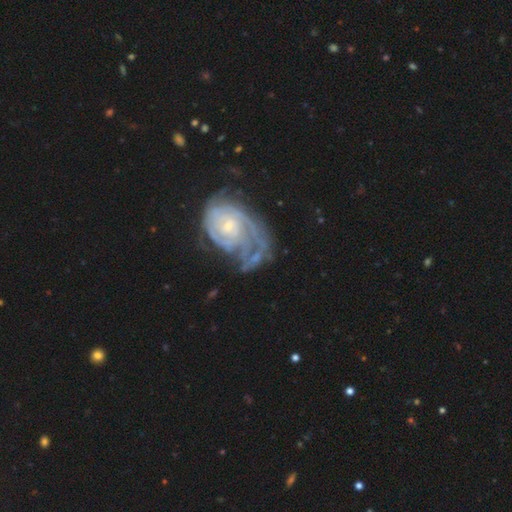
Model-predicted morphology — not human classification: This is clearly a featured or disk galaxy (84%). It is clearly not viewed edge-on (97%). Bar: likely no (69%). Spiral arm pattern: clearly yes (92%). Spiral arm count: marginally can't tell (38%). Spiral winding: likely tight (64%). Central bulge: likely small (66%). Merging: marginally none (35%).